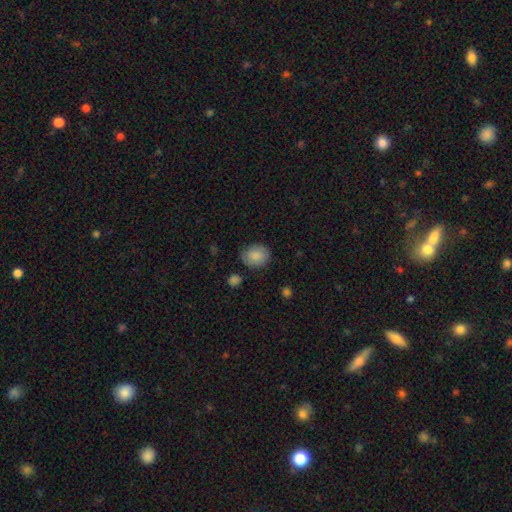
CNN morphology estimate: This is clearly a smooth galaxy (83%). How rounded: likely round (62%). Merging: likely none (77%).